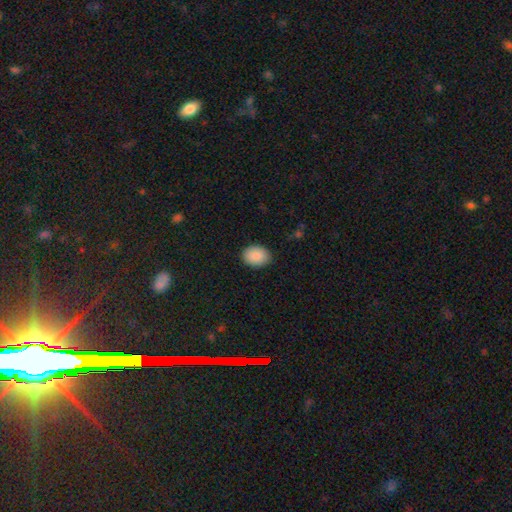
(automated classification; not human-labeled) A smooth galaxy with no disk features (90%) that is in between round and cigar-shaped (62%). Merging: none (87%).